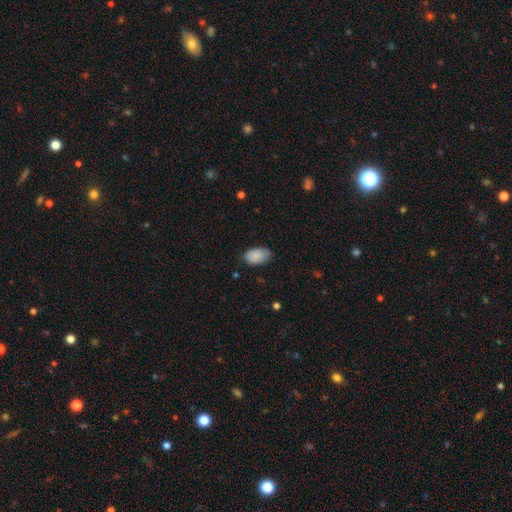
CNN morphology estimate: This appears to be a smooth galaxy with no disk features (88%) that is in between round and cigar-shaped (92%). Merging: none (73%).